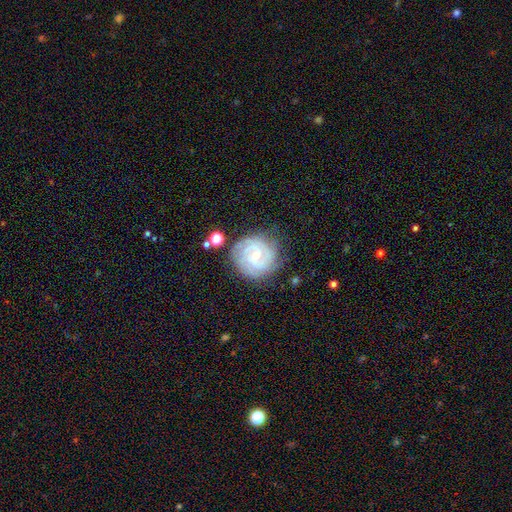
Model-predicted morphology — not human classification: Smooth or featured? featured or disk (85%)
Edge-on disk? no (98%)
Bar? no (51%)
Spiral arms? yes (97%)
Spiral winding? tight (77%)
Spiral arm count? 2 (31%)
Bulge size? small (73%)
Merging? none (78%)